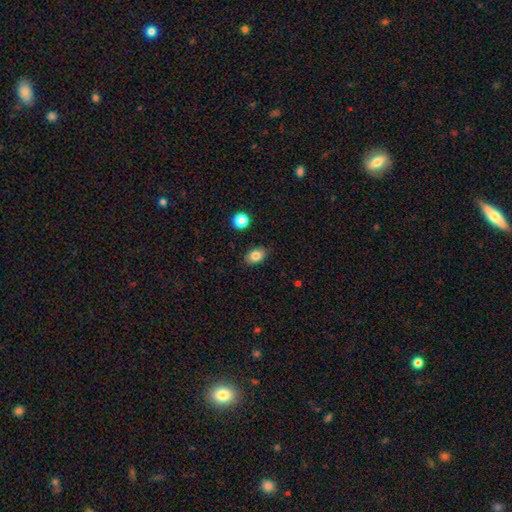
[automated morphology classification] The model was most divided on "how rounded": in between: 79%, round: 20%, cigar-shaped: 1%. More confident: merging — none (86%); smooth or featured — smooth (84%).